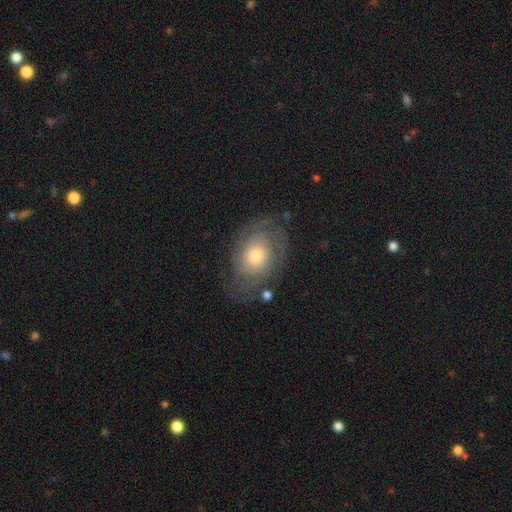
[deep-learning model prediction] Q: Smooth or featured?
A: featured or disk (58%); runner-up: smooth (34%)
Q: Edge-on disk?
A: no (95%); runner-up: yes (5%)
Q: Bar?
A: no (83%); runner-up: weak (14%)
Q: Spiral arms?
A: yes (76%); runner-up: no (24%)
Q: Bulge size?
A: moderate (60%); runner-up: small (22%)
Q: Merging?
A: none (67%); runner-up: minor disturbance (20%)